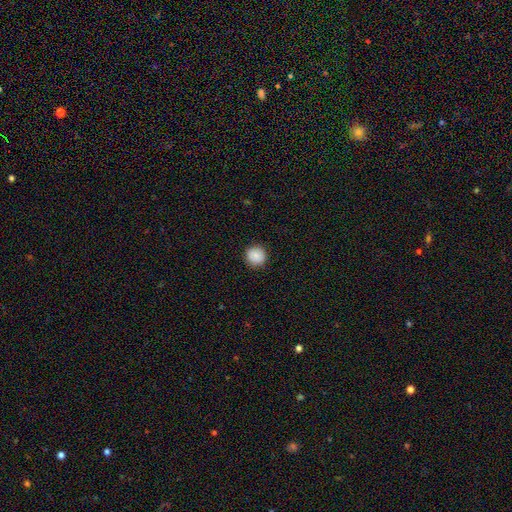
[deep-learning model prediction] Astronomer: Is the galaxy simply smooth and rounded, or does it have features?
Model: smooth — 87%.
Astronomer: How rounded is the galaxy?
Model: round — 94%.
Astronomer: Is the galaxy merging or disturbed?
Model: none — 91%.